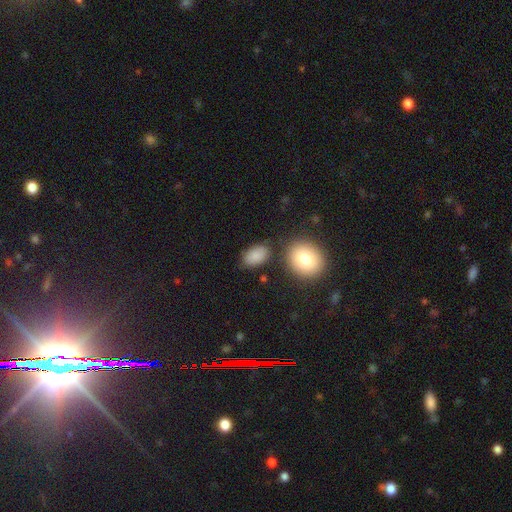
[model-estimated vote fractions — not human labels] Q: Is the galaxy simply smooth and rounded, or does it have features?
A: smooth — 87%.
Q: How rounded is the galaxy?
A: in between — 89%.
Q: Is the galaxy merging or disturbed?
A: none — 73%.